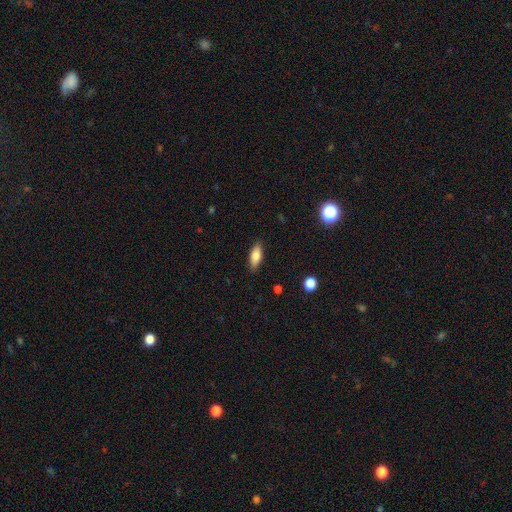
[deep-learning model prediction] smooth-or-featured: smooth: 77% | featured or disk: 16% | star or artifact: 7%
  how-rounded: in between: 76% | cigar-shaped: 21% | round: 3%
  merging: none: 87% | minor disturbance: 10% | major disturbance: 2% | merger: 1%